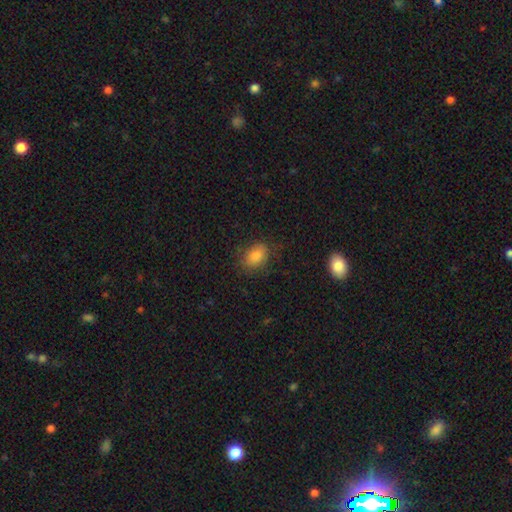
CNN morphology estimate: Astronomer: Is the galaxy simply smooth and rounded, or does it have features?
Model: smooth — 83%.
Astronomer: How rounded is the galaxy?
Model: in between — 76%.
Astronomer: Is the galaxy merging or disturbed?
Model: none — 78%.